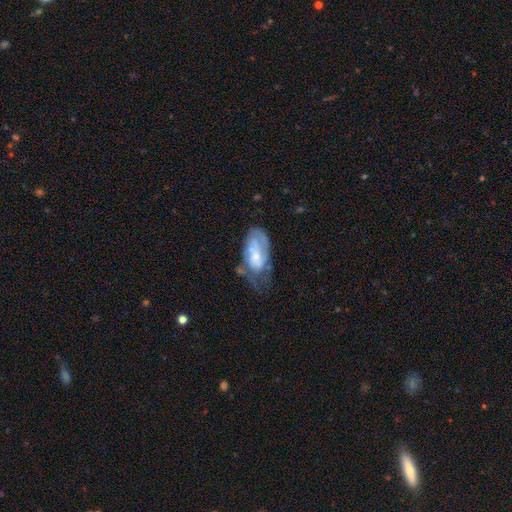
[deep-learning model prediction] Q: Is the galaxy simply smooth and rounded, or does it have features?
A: featured or disk — 55%.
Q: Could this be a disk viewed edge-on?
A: no — 94%.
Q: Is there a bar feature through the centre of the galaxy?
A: no — 69%.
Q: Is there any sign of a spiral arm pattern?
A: yes — 62%.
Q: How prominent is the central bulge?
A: small — 51%.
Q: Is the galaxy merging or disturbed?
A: none — 33%.